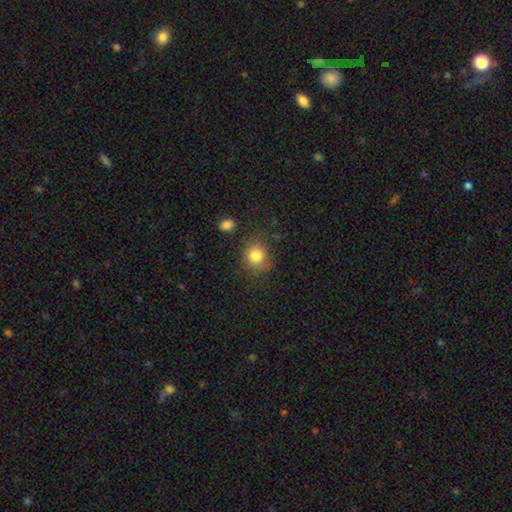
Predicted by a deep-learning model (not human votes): Smooth or featured? Predicted: smooth (p=0.83). How rounded? Predicted: round (p=0.82). Merging? Predicted: none (p=0.78).